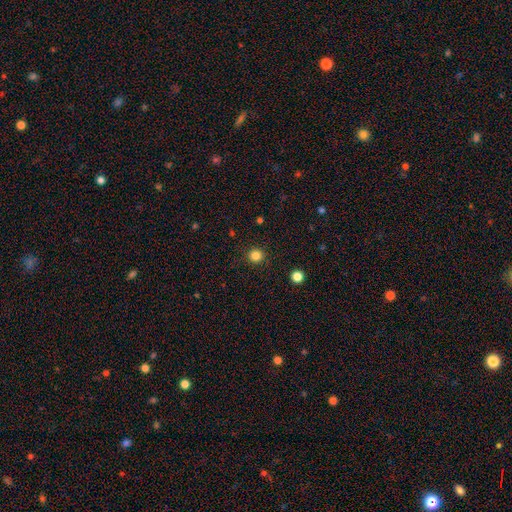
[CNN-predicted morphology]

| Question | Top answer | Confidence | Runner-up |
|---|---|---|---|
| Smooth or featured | smooth | 83% | star or artifact (13%) |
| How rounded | round | 93% | in between (6%) |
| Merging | none | 91% | minor disturbance (6%) |